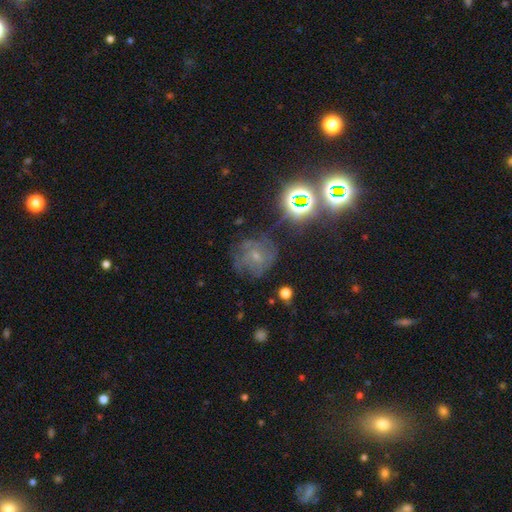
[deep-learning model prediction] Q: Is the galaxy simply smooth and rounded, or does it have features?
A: featured or disk — 47%.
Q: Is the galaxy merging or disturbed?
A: none — 60%.